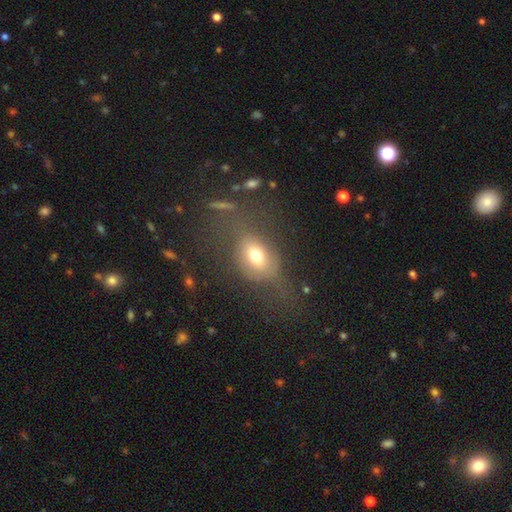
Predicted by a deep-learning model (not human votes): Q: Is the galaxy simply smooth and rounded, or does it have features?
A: smooth — 67%.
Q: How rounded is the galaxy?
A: in between — 72%.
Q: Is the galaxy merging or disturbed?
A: none — 45%.